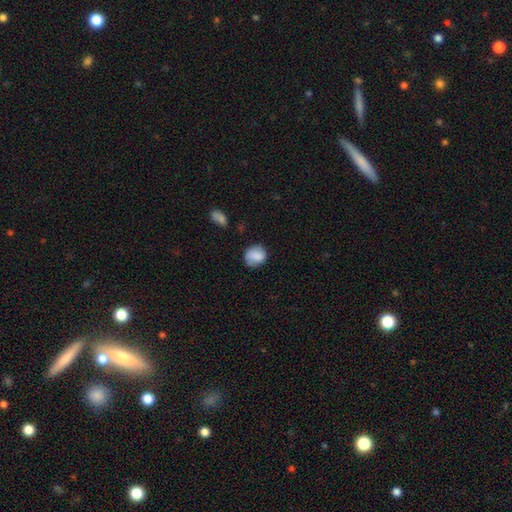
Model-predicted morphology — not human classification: This is likely a smooth galaxy (80%). How rounded: likely round (74%). Merging: likely none (70%).